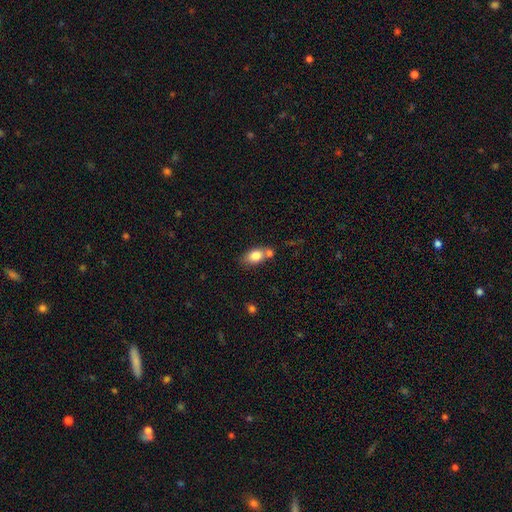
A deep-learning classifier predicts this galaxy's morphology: Smooth or featured?
  - smooth: 82% *
  - featured or disk: 10%
  - star or artifact: 8%
How rounded?
  - in between: 80% *
  - round: 16%
  - cigar-shaped: 3%
Merging?
  - none: 48% *
  - merger: 32%
  - minor disturbance: 15%
  - major disturbance: 5%